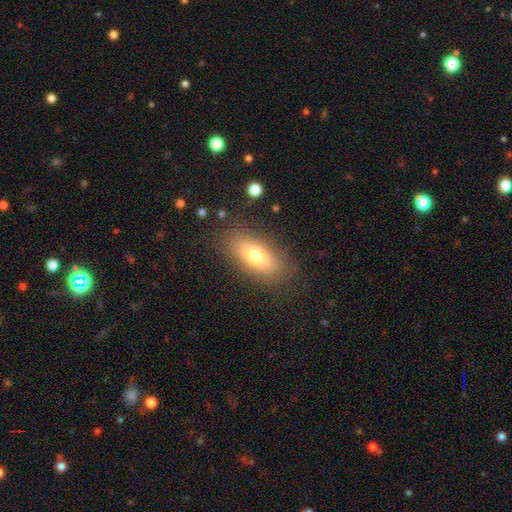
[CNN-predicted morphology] smooth-or-featured: smooth: 71% | featured or disk: 19% | star or artifact: 9%
  how-rounded: in between: 80% | cigar-shaped: 15% | round: 5%
  merging: none: 83% | minor disturbance: 11% | major disturbance: 5% | merger: 1%